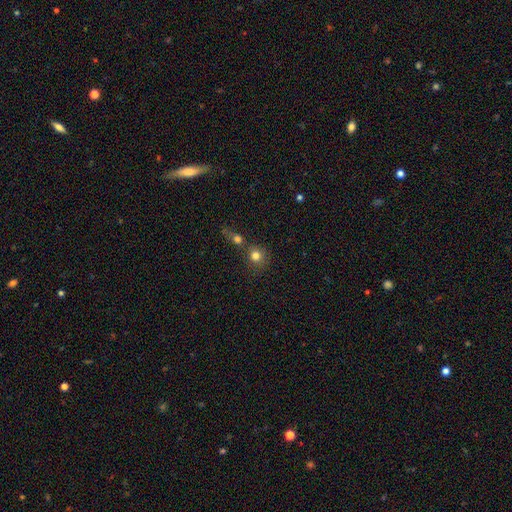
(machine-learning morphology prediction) type=smooth (79%); roundness=round (86%); merging=none (55%).